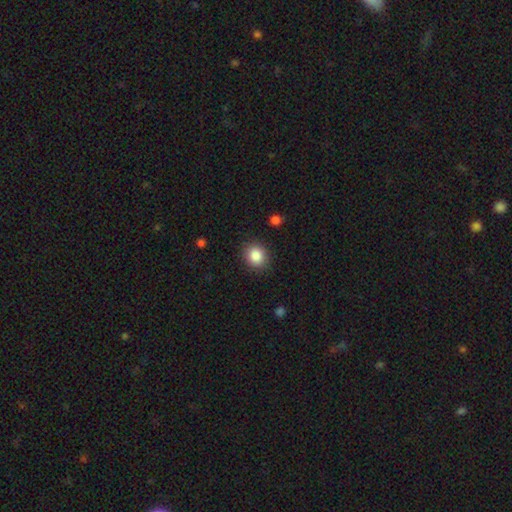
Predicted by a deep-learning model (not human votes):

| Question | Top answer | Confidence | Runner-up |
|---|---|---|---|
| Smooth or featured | smooth | 86% | star or artifact (9%) |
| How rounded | round | 74% | in between (25%) |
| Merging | none | 88% | minor disturbance (8%) |